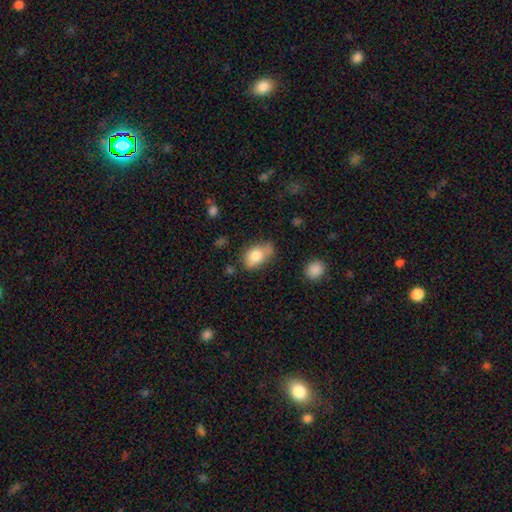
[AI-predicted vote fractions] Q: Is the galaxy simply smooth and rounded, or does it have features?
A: smooth — 78%.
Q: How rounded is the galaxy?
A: in between — 84%.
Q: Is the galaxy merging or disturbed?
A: none — 54%.